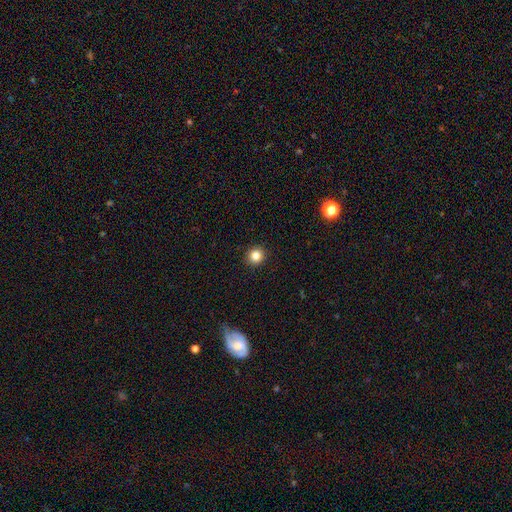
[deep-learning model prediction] Smooth or featured: smooth — 84% (star or artifact — 12%)
How rounded: round — 93% (in between — 6%)
Merging: none — 93% (minor disturbance — 5%)